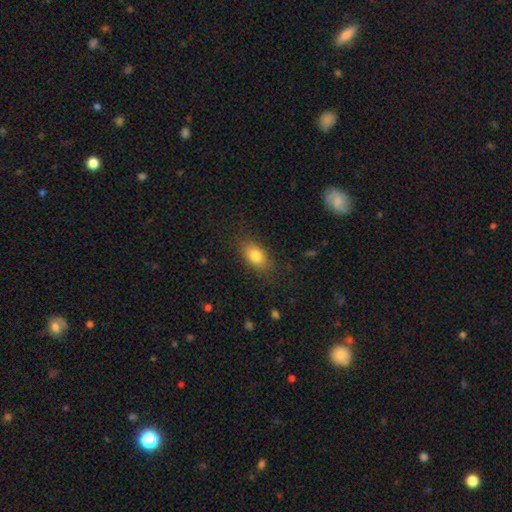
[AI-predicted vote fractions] smooth-or-featured: smooth: 80% | featured or disk: 11% | star or artifact: 9%
  how-rounded: in between: 85% | round: 12% | cigar-shaped: 4%
  merging: none: 82% | minor disturbance: 13% | major disturbance: 4% | merger: 1%